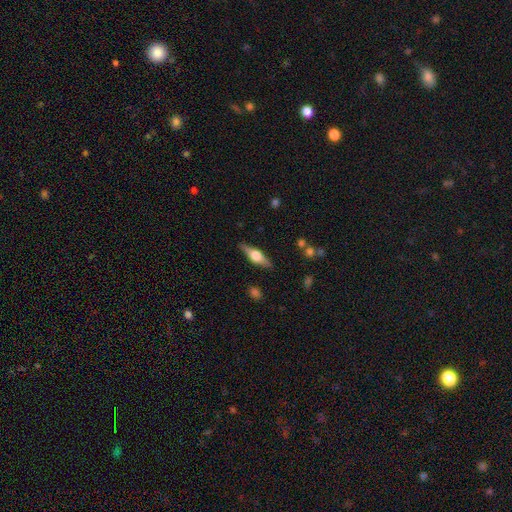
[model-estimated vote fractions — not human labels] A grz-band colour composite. It shows a featured or disk galaxy (62%) viewed edge-on (95%) with a rounded central bulge (91%). Merging: none (87%).